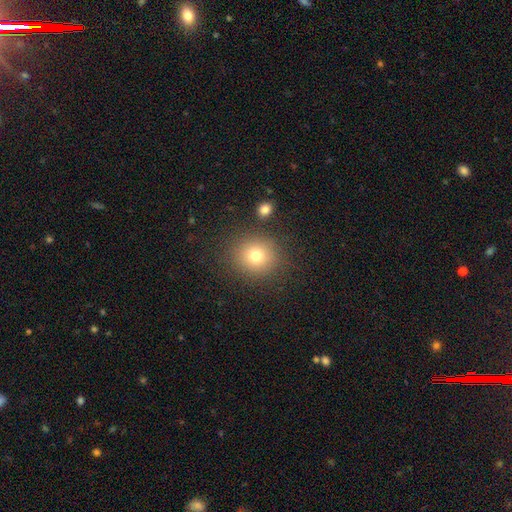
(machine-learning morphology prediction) Smooth or featured: smooth — 76% (star or artifact — 14%)
How rounded: round — 88% (in between — 11%)
Merging: none — 85% (minor disturbance — 8%)